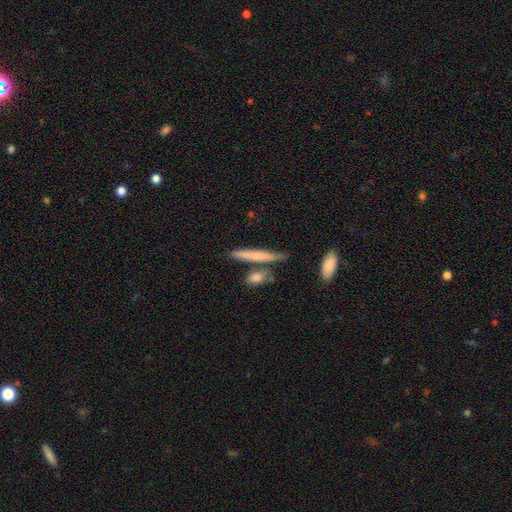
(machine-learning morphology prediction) This appears to be a smooth galaxy with no disk features (64%) that is cigar-shaped (90%). Merging: none (72%).